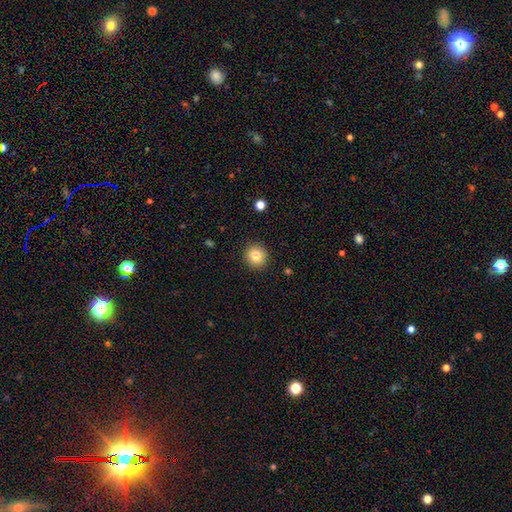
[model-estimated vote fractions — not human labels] This appears to be a smooth galaxy with no disk features (82%) that is round (93%). Merging: none (92%).